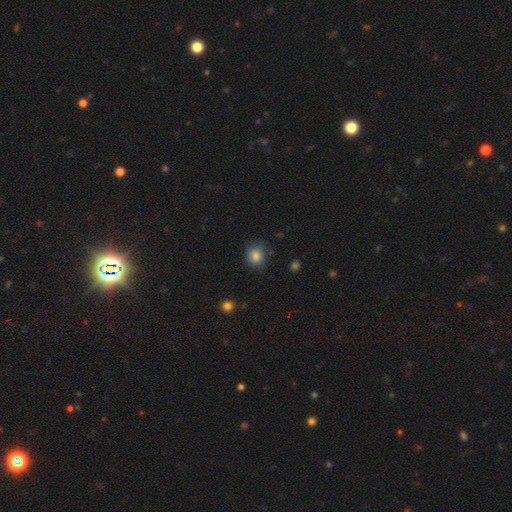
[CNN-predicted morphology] This is clearly a smooth galaxy (85%). How rounded: likely round (75%). Merging: clearly none (81%).